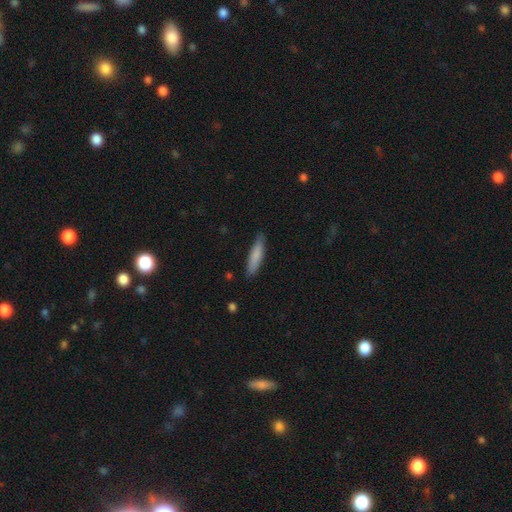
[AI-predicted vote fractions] Smooth or featured: smooth — 81% (featured or disk — 14%)
How rounded: cigar-shaped — 81% (in between — 18%)
Merging: none — 84% (minor disturbance — 13%)